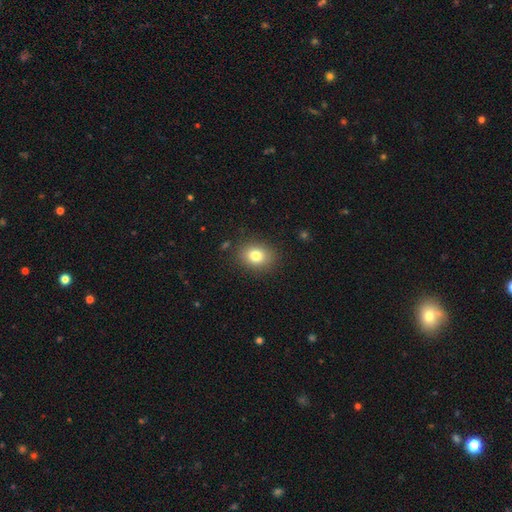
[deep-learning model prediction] A smooth galaxy with no disk features (80%) that is round (54%).

Vote fractions:
- Smooth or featured? smooth: 80% / star or artifact: 11% / featured or disk: 9%
- How rounded? round: 54% / in between: 46% / cigar-shaped: 1%
- Merging? none: 86% / minor disturbance: 9% / major disturbance: 3% / merger: 2%